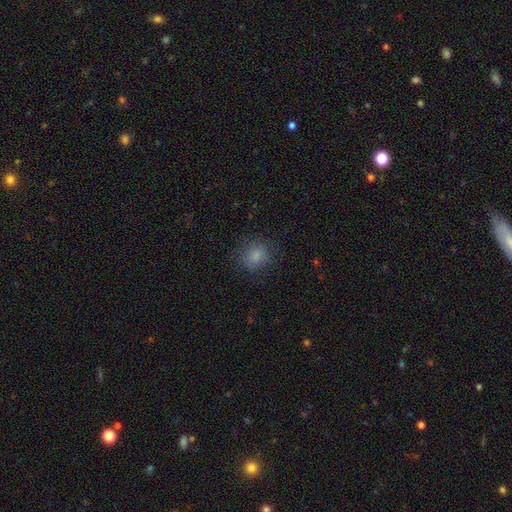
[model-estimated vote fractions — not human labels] Q: Smooth or featured?
A: smooth (82%); runner-up: star or artifact (11%)
Q: How rounded?
A: round (71%); runner-up: in between (28%)
Q: Merging?
A: none (78%); runner-up: minor disturbance (15%)